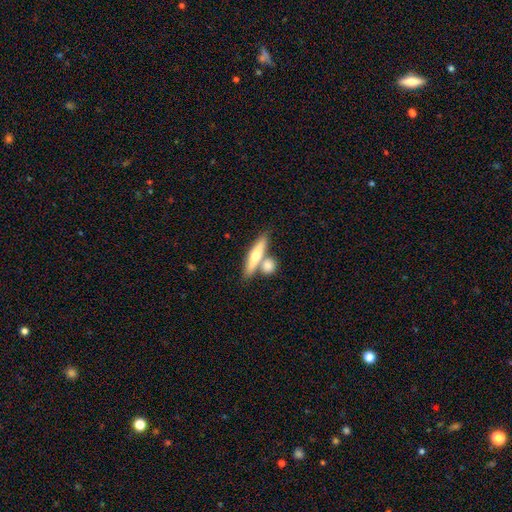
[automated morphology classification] smooth 55%, featured or disk 40%, star or artifact 5%. Down the decision tree: how rounded — cigar-shaped (67%); merging — none (56%).